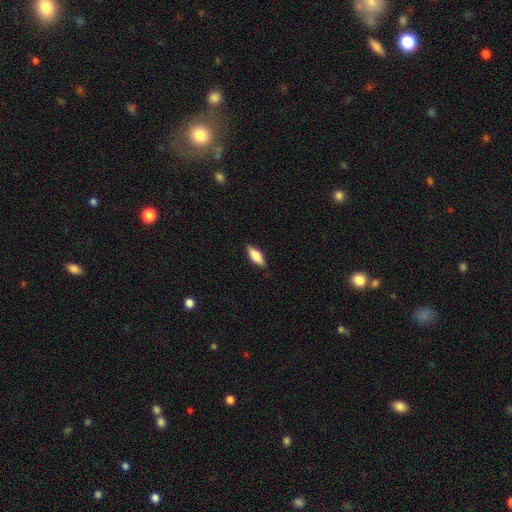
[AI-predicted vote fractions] Smooth or featured: smooth — 72% (featured or disk — 22%)
How rounded: in between — 70% (cigar-shaped — 27%)
Merging: none — 86% (minor disturbance — 11%)